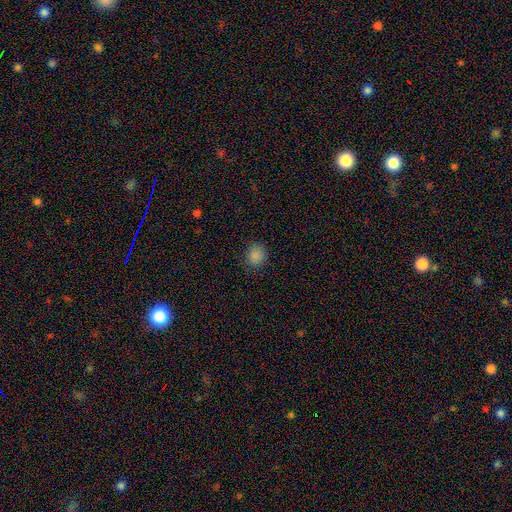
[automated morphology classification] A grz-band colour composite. It shows a smooth galaxy with no disk features (85%) that is round (83%). Merging: none (87%).